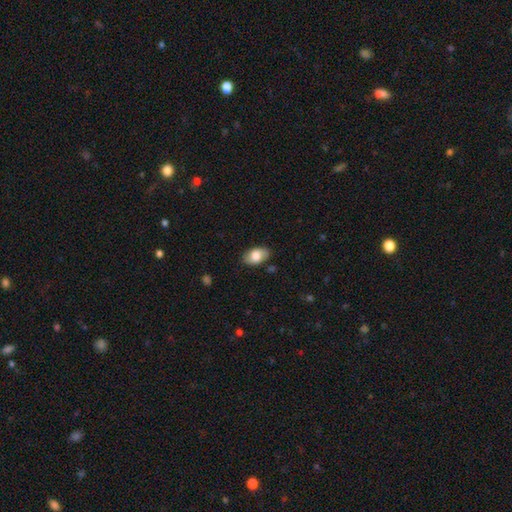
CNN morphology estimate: smooth_or_featured: smooth (p=0.78) [alt: featured or disk p=0.16]
how_rounded: in between (p=0.93) [alt: round p=0.06]
merging: none (p=0.83) [alt: minor disturbance p=0.13]